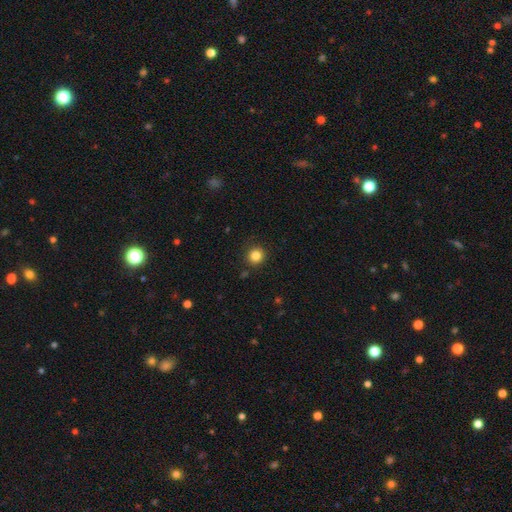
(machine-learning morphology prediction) smooth-or-featured: smooth: 84% | star or artifact: 12% | featured or disk: 4%
  how-rounded: round: 93% | in between: 6% | cigar-shaped: 1%
  merging: none: 89% | minor disturbance: 7% | major disturbance: 2% | merger: 2%